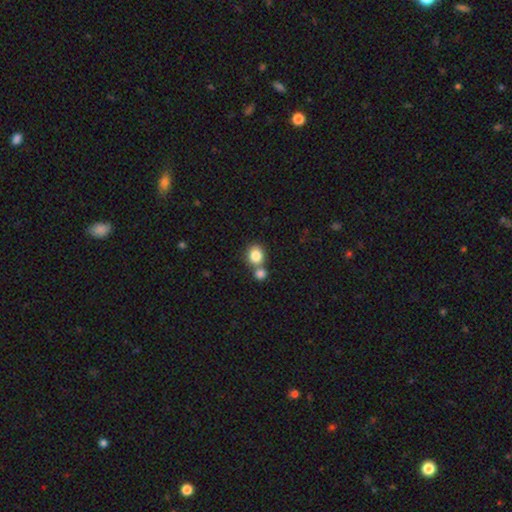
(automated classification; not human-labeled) Smooth or featured: smooth — 84% (star or artifact — 9%)
How rounded: round — 76% (in between — 23%)
Merging: none — 50% (merger — 40%)